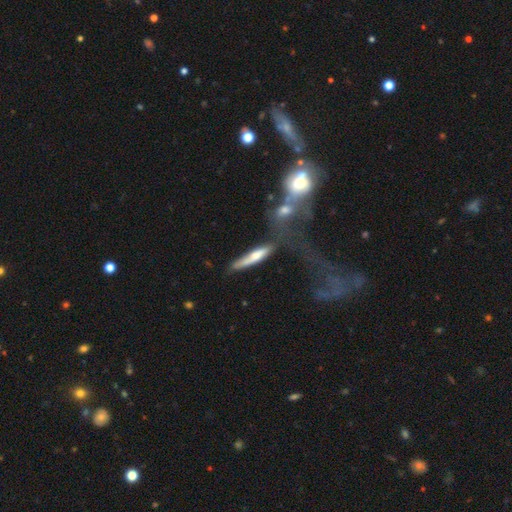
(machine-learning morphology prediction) smooth_or_featured: smooth (p=0.56) [alt: featured or disk p=0.38]
how_rounded: cigar-shaped (p=0.86) [alt: in between p=0.12]
merging: none (p=0.42) [alt: minor disturbance p=0.21]